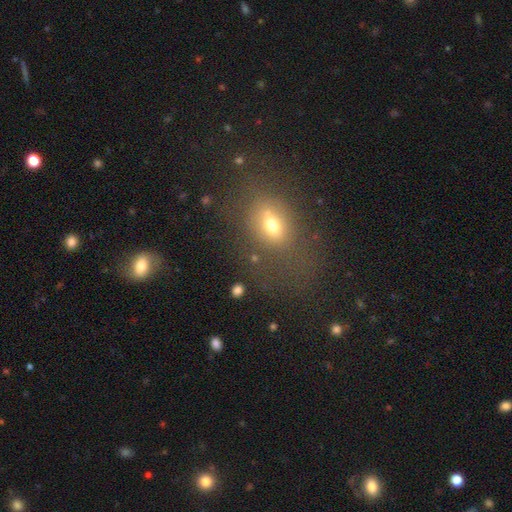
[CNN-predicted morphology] smooth 61%, star or artifact 23%, featured or disk 16%. Down the decision tree: how rounded — in between (71%); merging — none (69%).